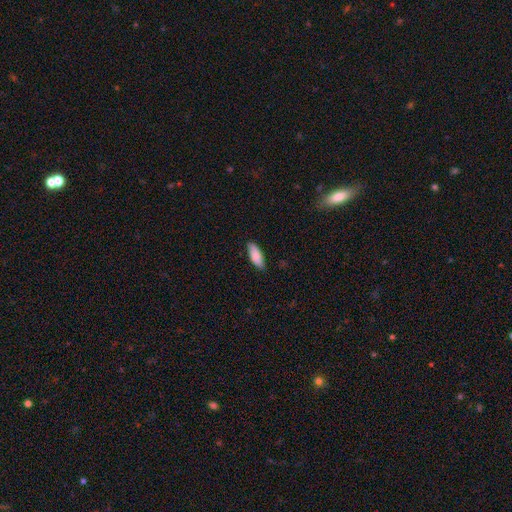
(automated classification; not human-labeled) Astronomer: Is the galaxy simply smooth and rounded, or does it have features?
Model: smooth — 88%.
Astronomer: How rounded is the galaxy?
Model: in between — 74%.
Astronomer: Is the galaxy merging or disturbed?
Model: none — 84%.